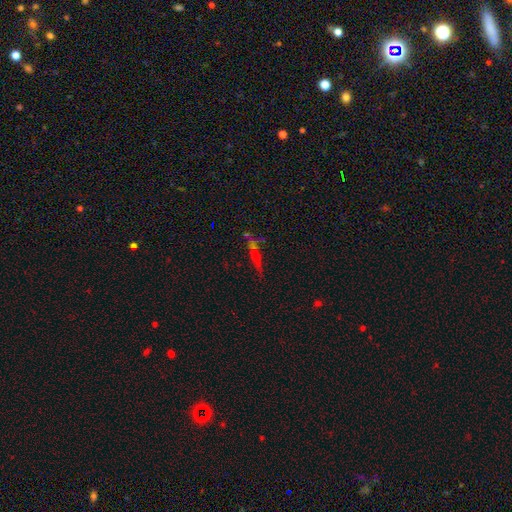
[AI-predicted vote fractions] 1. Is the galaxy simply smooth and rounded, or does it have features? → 40% featured or disk, 38% smooth, 23% star or artifact.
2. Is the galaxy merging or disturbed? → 70% none, 15% minor disturbance, 10% merger, 6% major disturbance.